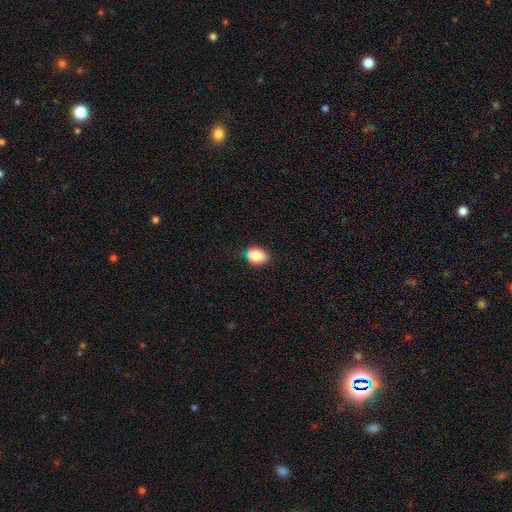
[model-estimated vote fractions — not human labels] smooth 86%, star or artifact 9%, featured or disk 5%. Down the decision tree: how rounded — in between (62%); merging — none (75%).